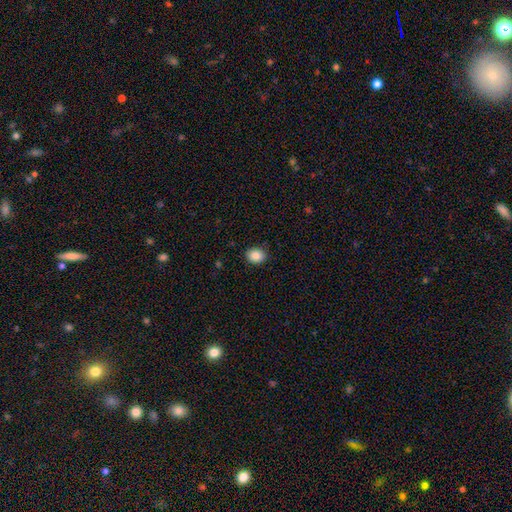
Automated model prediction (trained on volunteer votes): Smooth or featured? smooth (88%)
How rounded? round (55%)
Merging? none (86%)